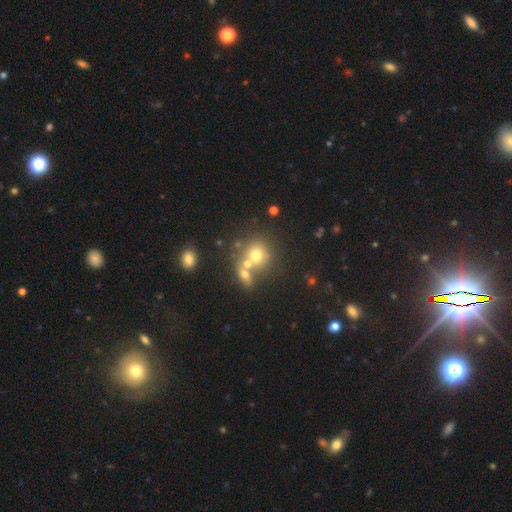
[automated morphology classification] This is likely a smooth galaxy (66%). How rounded: likely round (78%). Merging: marginally none (43%).